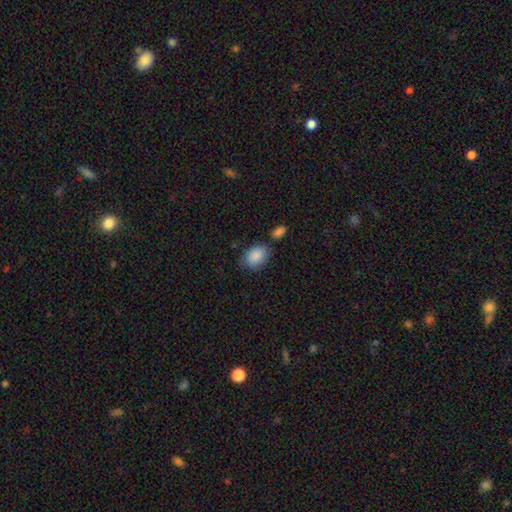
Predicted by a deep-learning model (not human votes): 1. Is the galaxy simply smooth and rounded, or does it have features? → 87% smooth, 7% star or artifact, 6% featured or disk.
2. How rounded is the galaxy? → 82% in between, 17% round, 1% cigar-shaped.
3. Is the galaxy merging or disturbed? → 65% none, 21% minor disturbance, 9% merger, 5% major disturbance.